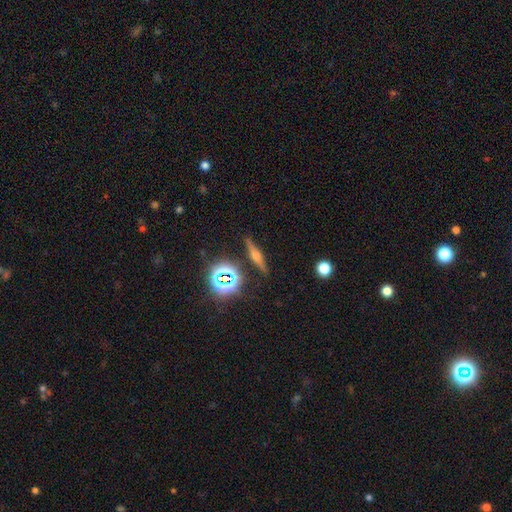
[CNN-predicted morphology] Smooth or featured? Predicted: featured or disk (p=0.60). Edge-on disk? Predicted: yes (p=0.95). Edge-on bulge? Predicted: rounded (p=0.88). Merging? Predicted: none (p=0.88).